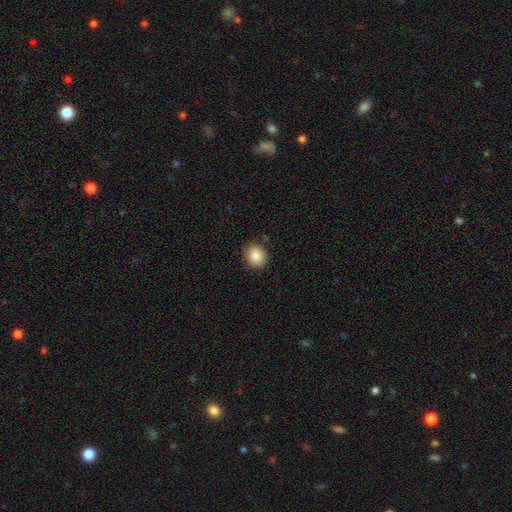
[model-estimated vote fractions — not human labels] Smooth or featured? Predicted: smooth (p=0.87). How rounded? Predicted: round (p=0.72). Merging? Predicted: none (p=0.82).